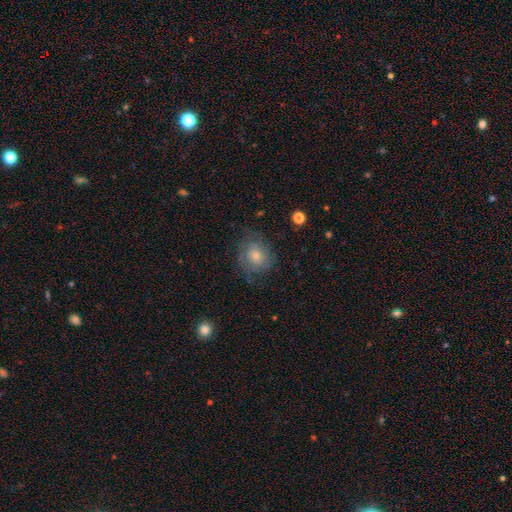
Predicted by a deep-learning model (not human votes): A featured or disk galaxy (51%).

Vote fractions:
- Smooth or featured? featured or disk: 51% / smooth: 36% / star or artifact: 13%
- Edge-on disk? no: 96% / yes: 4%
- Merging? none: 71% / minor disturbance: 18% / major disturbance: 10% / merger: 1%